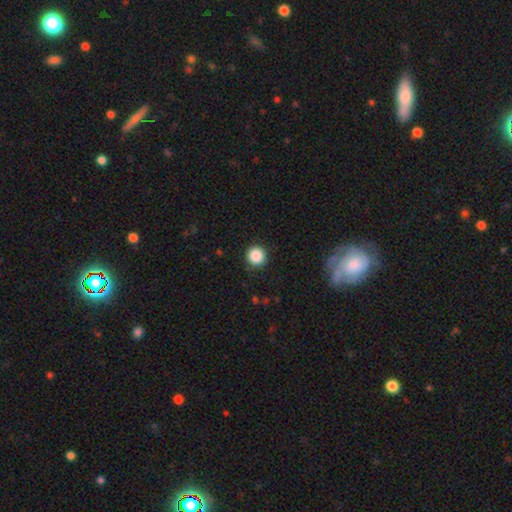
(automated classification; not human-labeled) Smooth or featured? Predicted: smooth (p=0.88). How rounded? Predicted: round (p=0.94). Merging? Predicted: none (p=0.91).